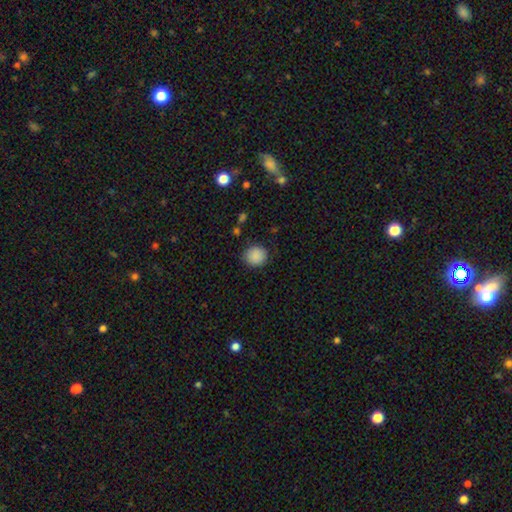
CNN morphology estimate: The model was most divided on "merging": none: 85%, minor disturbance: 11%, major disturbance: 3%, merger: 1%. More confident: smooth or featured — smooth (88%); how rounded — round (88%).